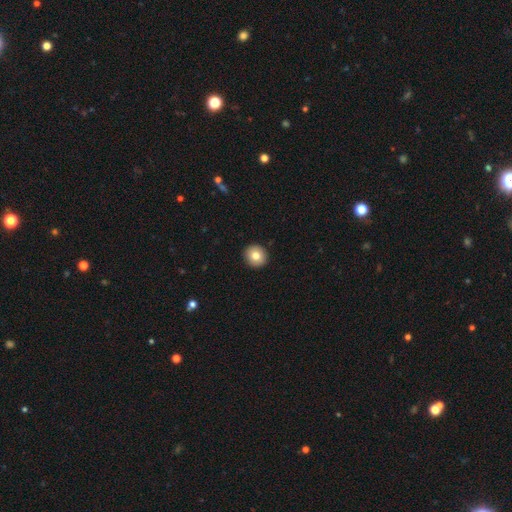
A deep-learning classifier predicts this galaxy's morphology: smooth 80%, featured or disk 11%, star or artifact 9%. Down the decision tree: how rounded — round (91%); merging — none (93%).